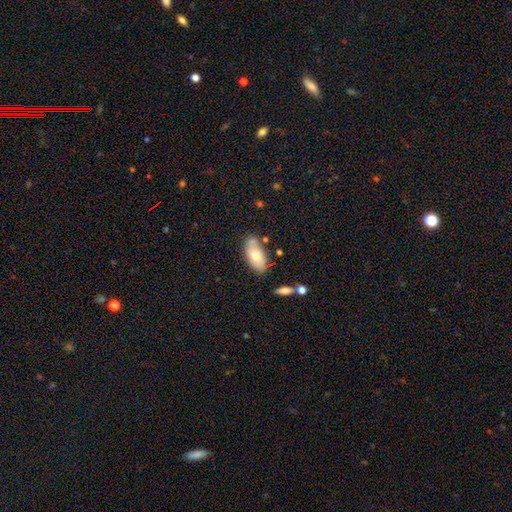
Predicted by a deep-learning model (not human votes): Overall: smooth (65%; featured or disk 29%). How rounded: in between (92%). Merging: none (66%).